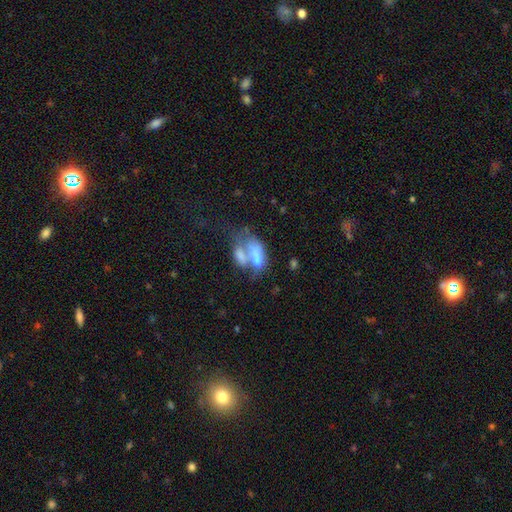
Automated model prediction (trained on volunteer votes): Smooth or featured?
  - smooth: 54% *
  - featured or disk: 35%
  - star or artifact: 10%
How rounded?
  - in between: 83% *
  - round: 10%
  - cigar-shaped: 7%
Merging?
  - merger: 64% *
  - major disturbance: 15%
  - none: 13%
  - minor disturbance: 8%